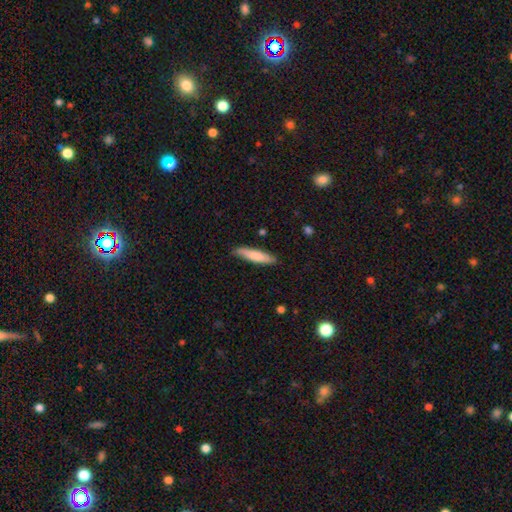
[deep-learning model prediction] This is likely a smooth galaxy (78%). How rounded: clearly cigar-shaped (83%). Merging: clearly none (85%).